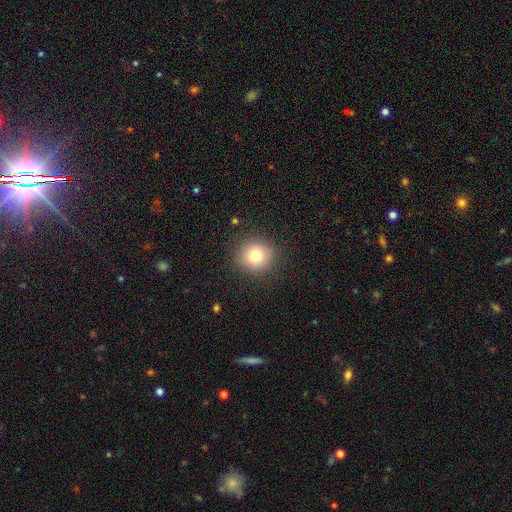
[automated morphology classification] A smooth galaxy with no disk features (78%) that is round (88%). Merging: none (88%).